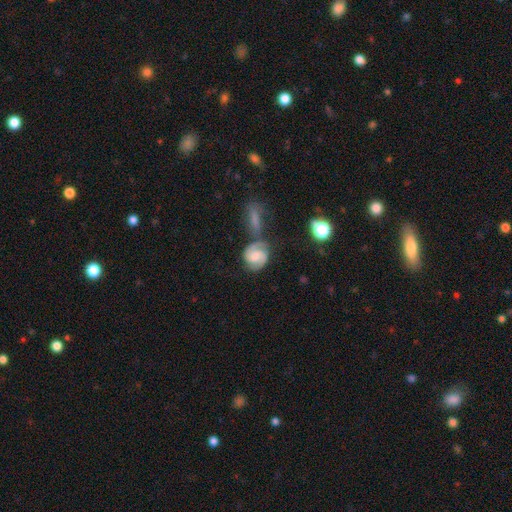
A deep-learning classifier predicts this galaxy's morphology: smooth-or-featured: featured or disk: 78% | smooth: 15% | star or artifact: 7%
  disk-edge-on: no: 97% | yes: 3%
    bar: no: 54% | weak: 37% | strong: 9%
    has-spiral-arms: yes: 96% | no: 4%
      spiral-winding: medium: 46% | tight: 43% | loose: 11%
      spiral-arm-count: 2: 89% | can't tell: 5% | 3: 2% | 1: 2% | 4: 1% | more than 4: 1%
    bulge-size: moderate: 41% | small: 32% | none: 17% | large: 8% | dominant: 2%
  merging: none: 54% | merger: 23% | minor disturbance: 16% | major disturbance: 7%